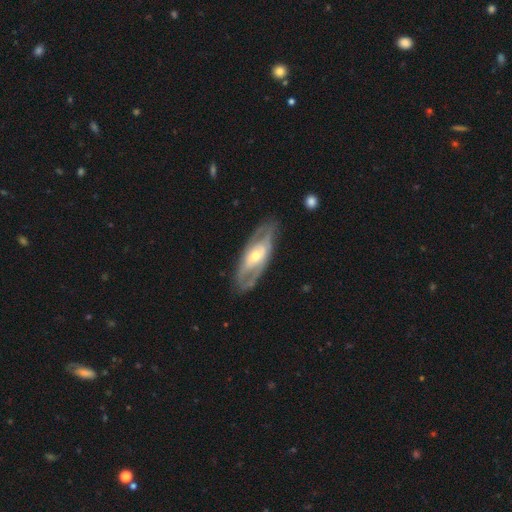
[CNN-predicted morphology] Overall: featured or disk (75%). Edge-on disk: no (84%). Bar: no (50%; weak 31%). Spiral arms: yes (65%; no 35%). Bulge size: moderate (52%; small 40%). Merging: none (78%).